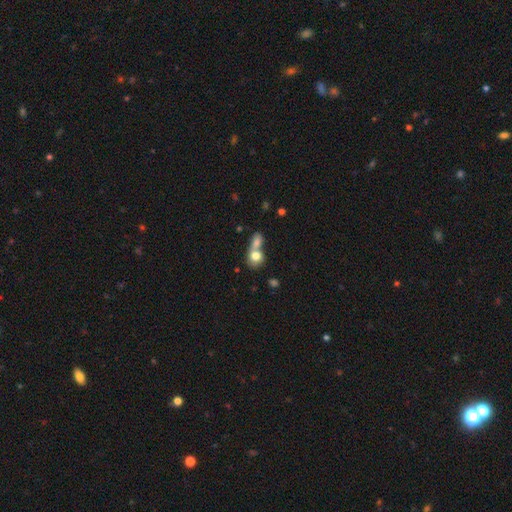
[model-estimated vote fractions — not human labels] smooth_or_featured: smooth (p=0.76) [alt: featured or disk p=0.16]
how_rounded: round (p=0.59) [alt: in between p=0.38]
merging: merger (p=0.68) [alt: none p=0.21]